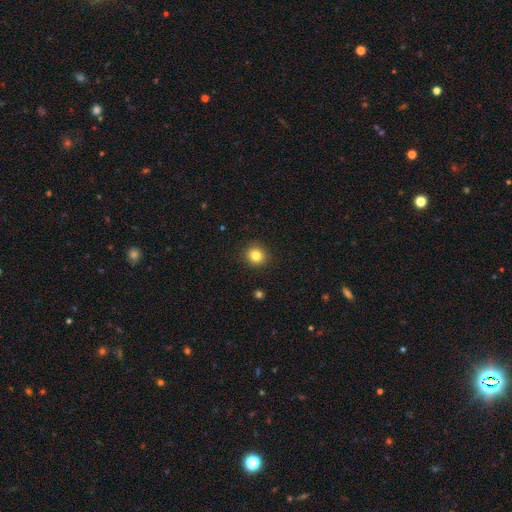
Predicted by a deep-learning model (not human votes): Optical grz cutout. It shows a smooth galaxy with no disk features (83%) that is round (89%). Merging: none (91%).